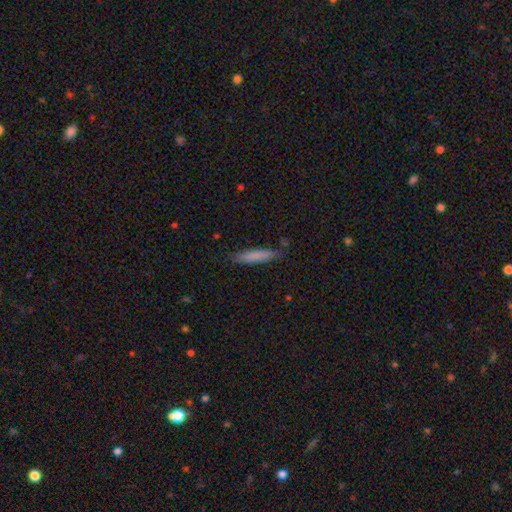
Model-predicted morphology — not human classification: type=smooth (79%); roundness=cigar-shaped (89%); merging=none (82%).